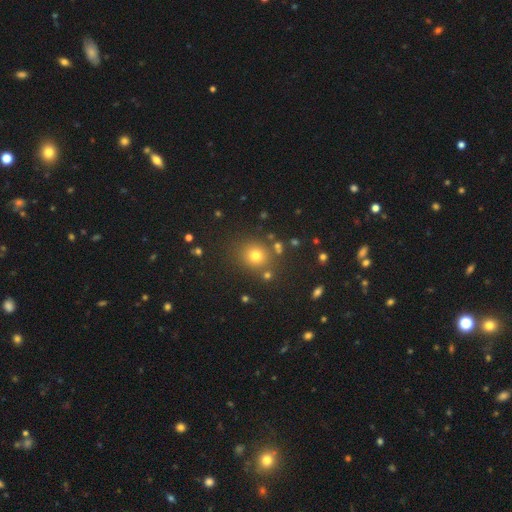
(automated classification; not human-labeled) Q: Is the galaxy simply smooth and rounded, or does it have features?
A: smooth — 72%.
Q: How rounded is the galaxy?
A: round — 86%.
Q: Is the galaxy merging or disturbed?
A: none — 82%.